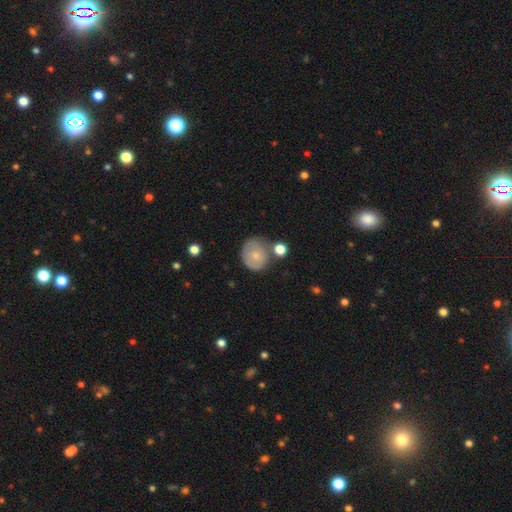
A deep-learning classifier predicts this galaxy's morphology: Smooth or featured? Predicted: smooth (p=0.69). How rounded? Predicted: round (p=0.79). Merging? Predicted: none (p=0.56).